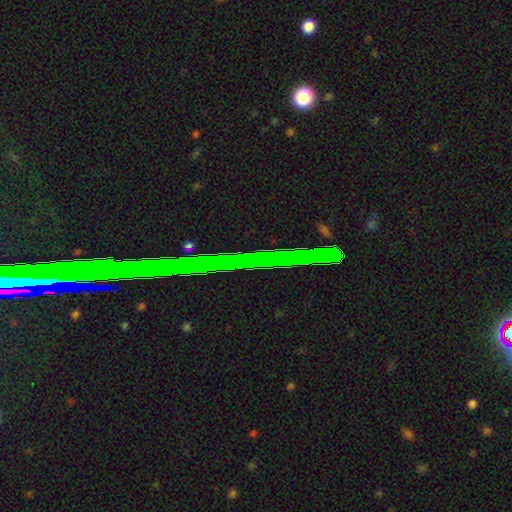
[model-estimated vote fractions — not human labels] Morphology: type=star or artifact (67%).